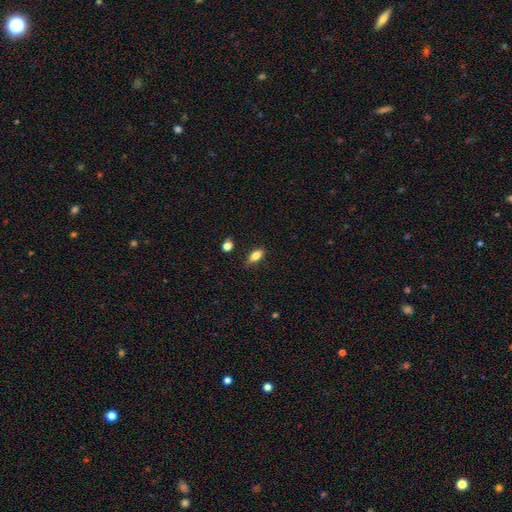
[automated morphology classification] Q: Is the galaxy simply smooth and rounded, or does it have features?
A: smooth — 75%.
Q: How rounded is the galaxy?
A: in between — 78%.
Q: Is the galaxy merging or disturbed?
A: none — 75%.